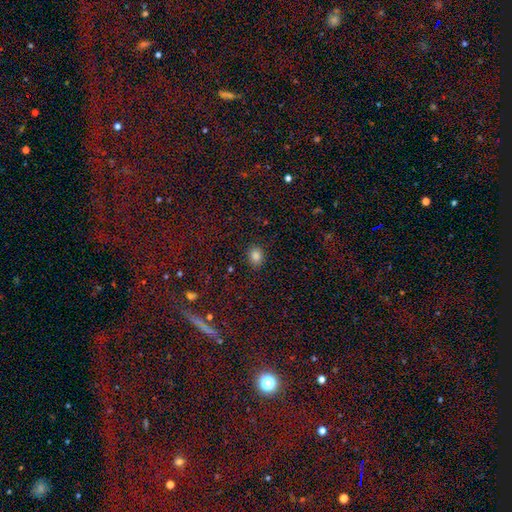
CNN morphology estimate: This is clearly a smooth galaxy (83%). How rounded: possibly in between (50%). Merging: clearly none (86%).